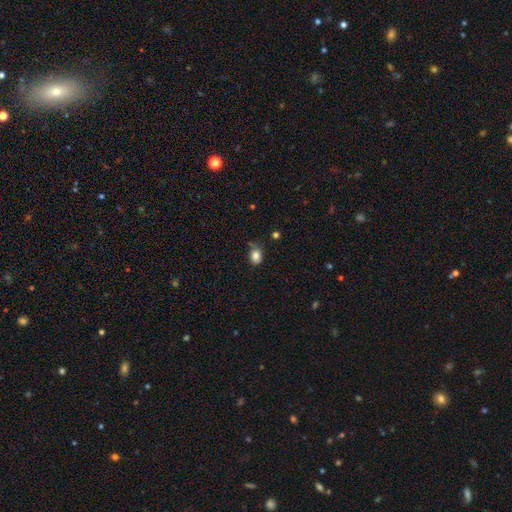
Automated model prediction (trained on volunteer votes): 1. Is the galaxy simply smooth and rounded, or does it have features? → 84% smooth, 10% star or artifact, 6% featured or disk.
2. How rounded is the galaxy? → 60% in between, 39% round, 1% cigar-shaped.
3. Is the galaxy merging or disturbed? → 67% none, 25% minor disturbance, 5% major disturbance, 3% merger.